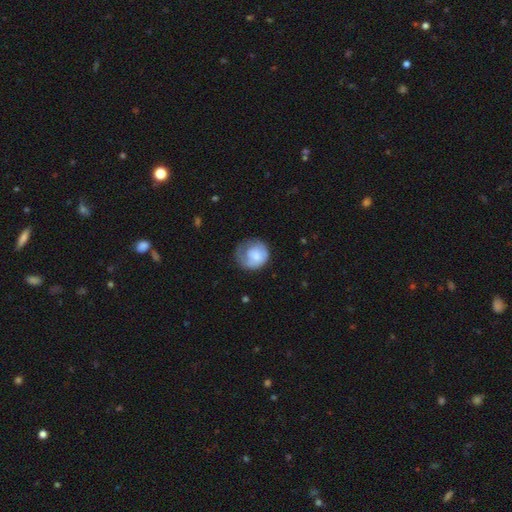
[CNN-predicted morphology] The model was most divided on "merging": none: 45%, minor disturbance: 29%, major disturbance: 24%, merger: 2%. More confident: how rounded — round (82%); smooth or featured — smooth (68%).